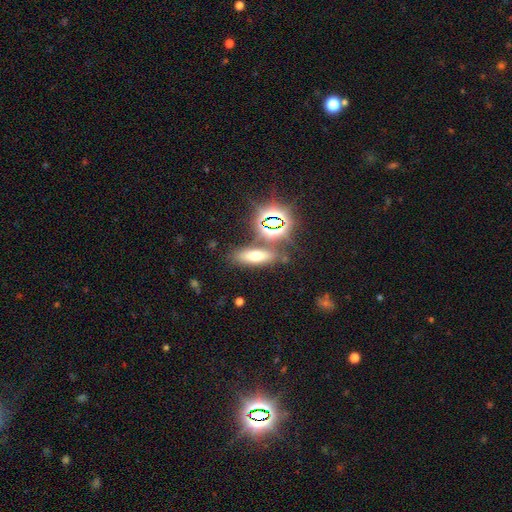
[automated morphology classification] smooth-or-featured: smooth: 54% | star or artifact: 28% | featured or disk: 17%
  how-rounded: in between: 53% | cigar-shaped: 36% | round: 12%
  merging: none: 75% | minor disturbance: 11% | merger: 10% | major disturbance: 5%